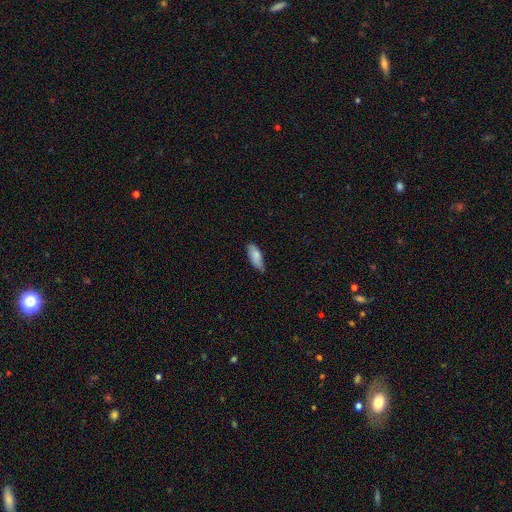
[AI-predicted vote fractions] smooth-or-featured: smooth: 82% | featured or disk: 12% | star or artifact: 6%
  how-rounded: in between: 71% | cigar-shaped: 27% | round: 2%
  merging: none: 72% | minor disturbance: 24% | major disturbance: 3% | merger: 1%